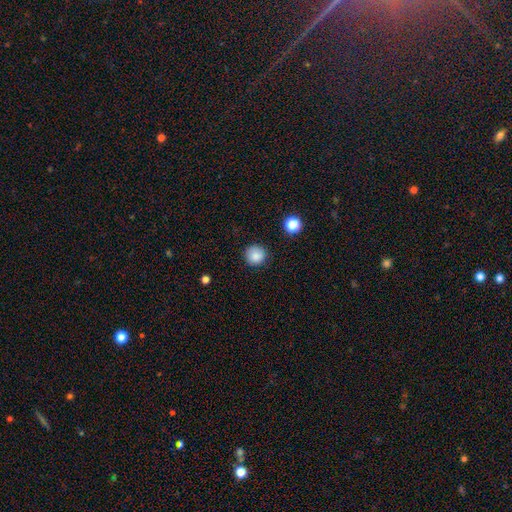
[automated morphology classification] A smooth galaxy with no disk features (85%) that is round (94%). Merging: none (88%).